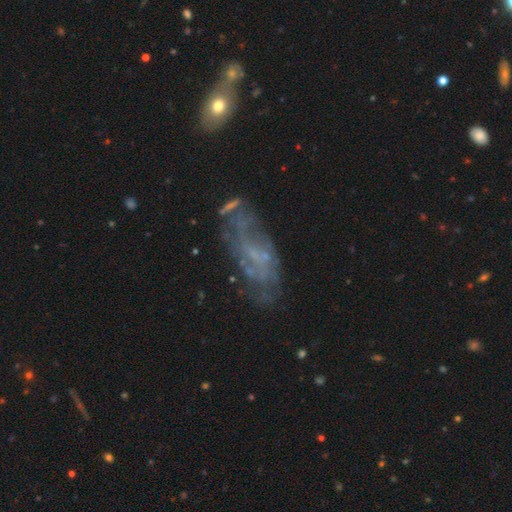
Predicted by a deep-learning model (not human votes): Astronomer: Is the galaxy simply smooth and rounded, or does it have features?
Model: featured or disk — 66%.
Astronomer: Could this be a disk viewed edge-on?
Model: no — 90%.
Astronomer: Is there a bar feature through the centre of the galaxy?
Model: no — 54% (runner-up: weak, 34%).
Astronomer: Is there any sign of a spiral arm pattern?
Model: yes — 63%.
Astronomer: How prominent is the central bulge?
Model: none — 53% (runner-up: small, 34%).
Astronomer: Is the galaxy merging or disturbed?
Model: none — 55%.